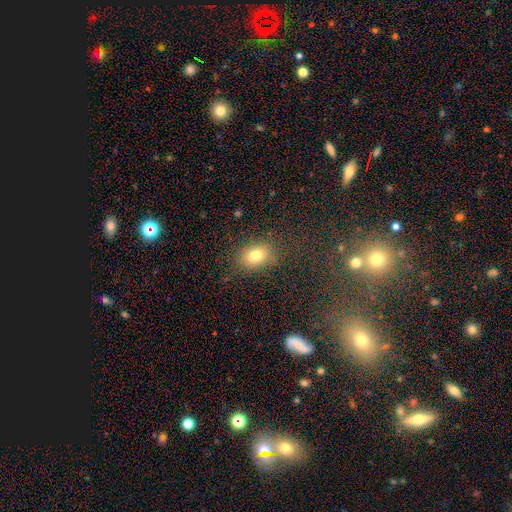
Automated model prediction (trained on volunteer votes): A smooth galaxy with no disk features (77%) that is in between round and cigar-shaped (70%).

Vote fractions:
- Smooth or featured? smooth: 77% / star or artifact: 13% / featured or disk: 10%
- How rounded? in between: 70% / round: 29% / cigar-shaped: 2%
- Merging? none: 80% / minor disturbance: 13% / major disturbance: 6% / merger: 2%